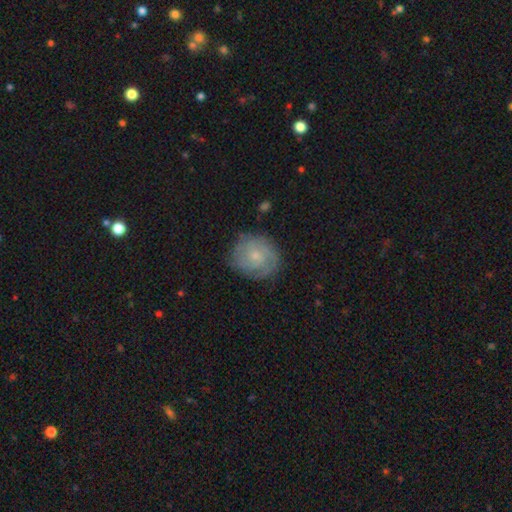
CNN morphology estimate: A featured or disk galaxy (67%) with no bar (78%), tight (69%) spiral arms (90%) and a small central bulge (65%). Merging: none (79%).